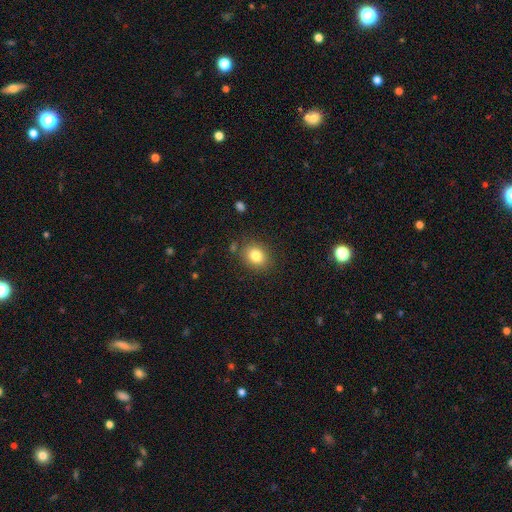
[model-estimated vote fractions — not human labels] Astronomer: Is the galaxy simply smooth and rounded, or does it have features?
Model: smooth — 82%.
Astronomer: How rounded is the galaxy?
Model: round — 51% (runner-up: in between, 48%).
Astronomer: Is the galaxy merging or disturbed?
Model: none — 84%.